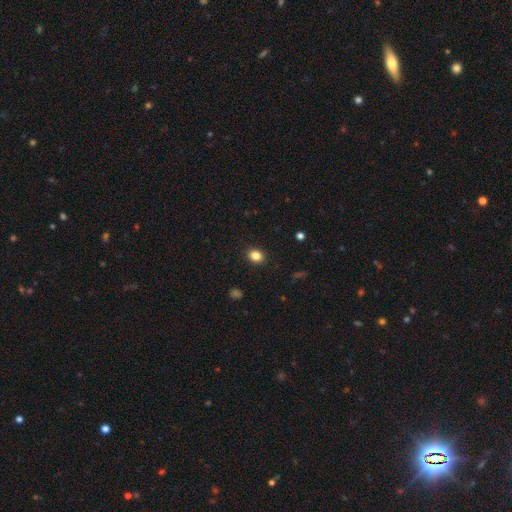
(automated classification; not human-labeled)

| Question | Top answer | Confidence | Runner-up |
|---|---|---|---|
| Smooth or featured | smooth | 85% | star or artifact (11%) |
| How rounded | round | 60% | in between (39%) |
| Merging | none | 91% | minor disturbance (6%) |